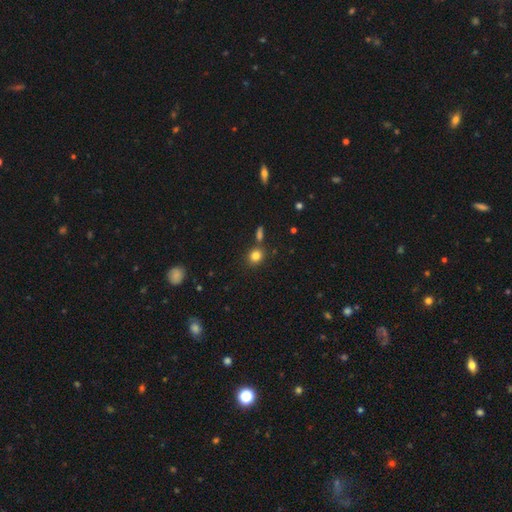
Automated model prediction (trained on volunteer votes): Smooth or featured: smooth — 82% (star or artifact — 12%)
How rounded: round — 68% (in between — 30%)
Merging: none — 77% (minor disturbance — 10%)